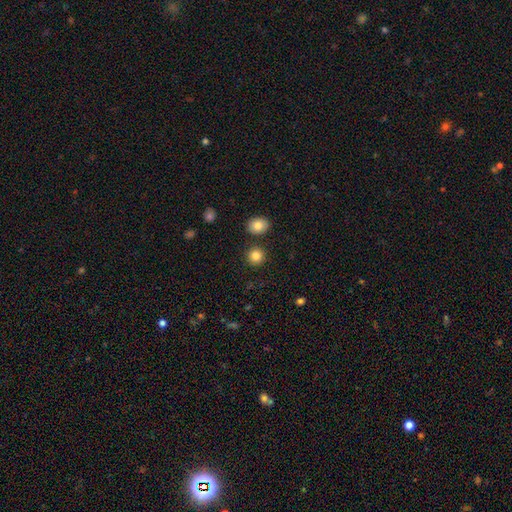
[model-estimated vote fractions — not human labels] This appears to be a smooth galaxy with no disk features (84%) that is round (90%). Merging: none (86%).